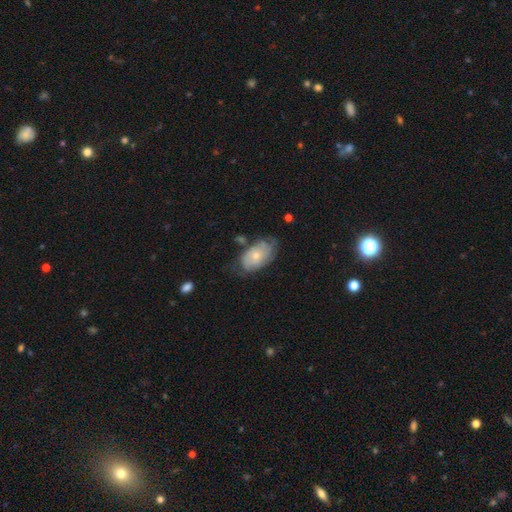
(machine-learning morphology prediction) smooth_or_featured: smooth (p=0.47) [alt: featured or disk p=0.46]
merging: none (p=0.52) [alt: minor disturbance p=0.30]